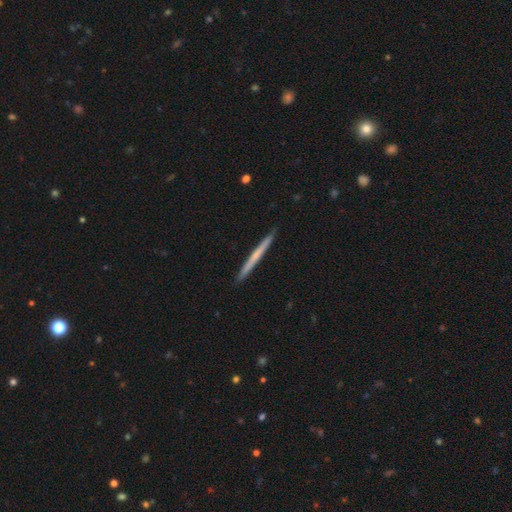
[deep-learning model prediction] smooth 49%, featured or disk 46%, star or artifact 5%. Down the decision tree: merging — none (92%).